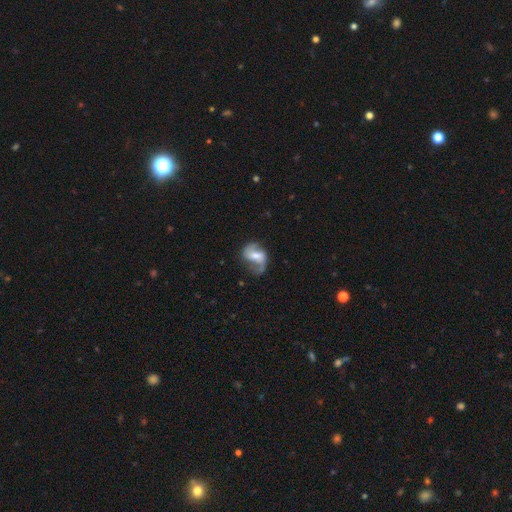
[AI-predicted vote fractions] This appears to be a featured or disk galaxy (72%) with a weak bar (46%), 2 (81%) loose (49%) spiral arms (90%) and a moderate central bulge (54%). Merging: none (55%).